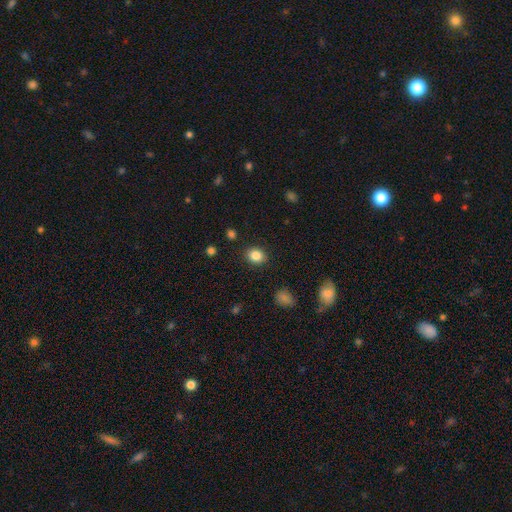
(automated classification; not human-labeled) Q: Smooth or featured?
A: smooth (85%); runner-up: star or artifact (10%)
Q: How rounded?
A: round (55%); runner-up: in between (44%)
Q: Merging?
A: none (88%); runner-up: minor disturbance (8%)